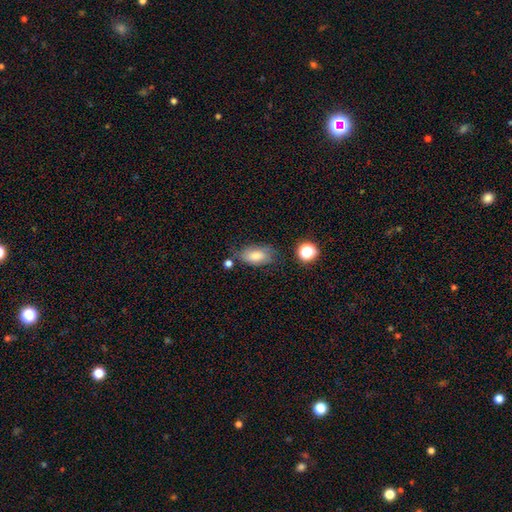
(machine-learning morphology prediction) smooth 74%, featured or disk 15%, star or artifact 11%. Down the decision tree: how rounded — in between (89%); merging — none (65%).